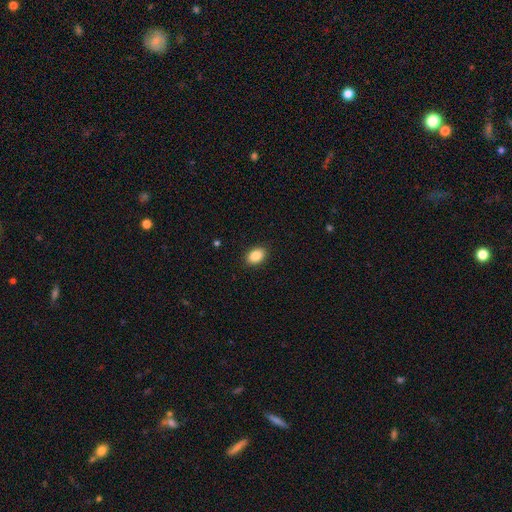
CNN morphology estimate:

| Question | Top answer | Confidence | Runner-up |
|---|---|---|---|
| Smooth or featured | smooth | 87% | star or artifact (8%) |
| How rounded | in between | 83% | round (16%) |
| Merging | none | 90% | minor disturbance (7%) |